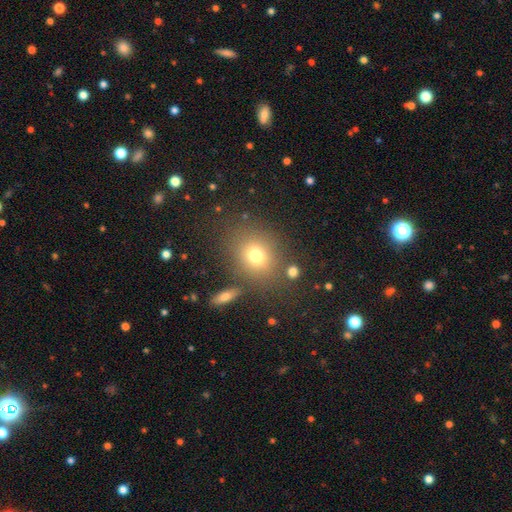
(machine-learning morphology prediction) Smooth or featured?
  - smooth: 73% *
  - star or artifact: 16%
  - featured or disk: 11%
How rounded?
  - round: 66% *
  - in between: 33%
  - cigar-shaped: 1%
Merging?
  - none: 77% *
  - minor disturbance: 11%
  - merger: 7%
  - major disturbance: 5%